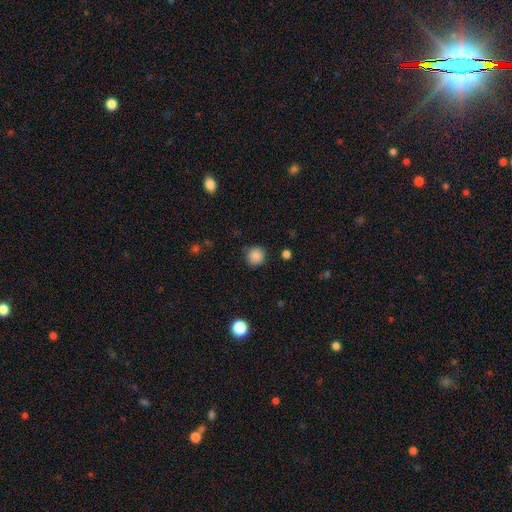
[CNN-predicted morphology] A smooth galaxy with no disk features (86%) that is round (93%). Merging: none (86%).